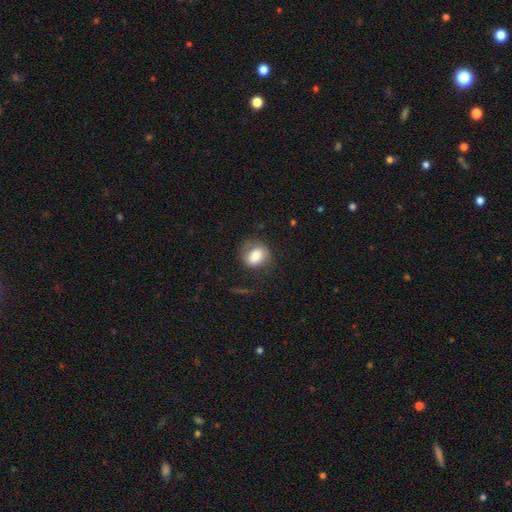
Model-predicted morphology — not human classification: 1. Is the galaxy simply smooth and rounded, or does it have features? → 74% smooth, 18% featured or disk, 8% star or artifact.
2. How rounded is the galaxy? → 54% round, 45% in between, 1% cigar-shaped.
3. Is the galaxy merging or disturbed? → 59% none, 24% minor disturbance, 15% major disturbance, 2% merger.